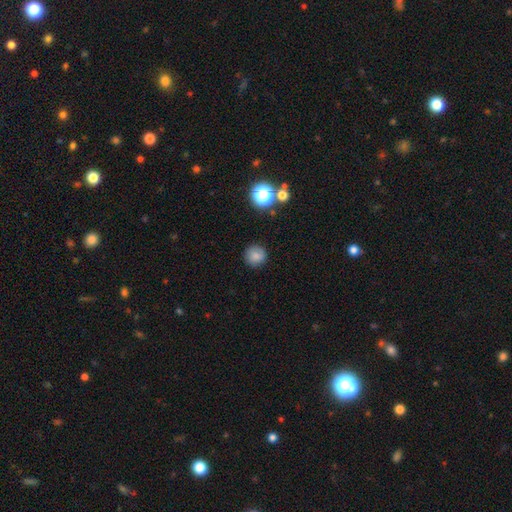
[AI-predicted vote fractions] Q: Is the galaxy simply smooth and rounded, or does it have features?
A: smooth — 81%.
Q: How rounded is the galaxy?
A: round — 93%.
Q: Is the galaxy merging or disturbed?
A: none — 88%.